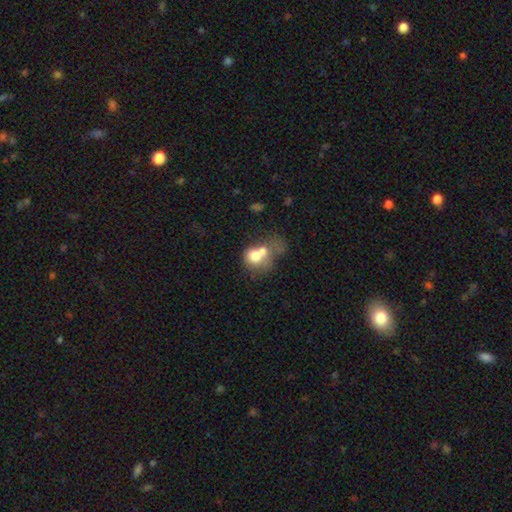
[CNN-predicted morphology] Smooth or featured?
  - smooth: 65% *
  - featured or disk: 26%
  - star or artifact: 9%
How rounded?
  - round: 58% *
  - in between: 41%
  - cigar-shaped: 1%
Merging?
  - merger: 65% *
  - none: 14%
  - major disturbance: 12%
  - minor disturbance: 8%